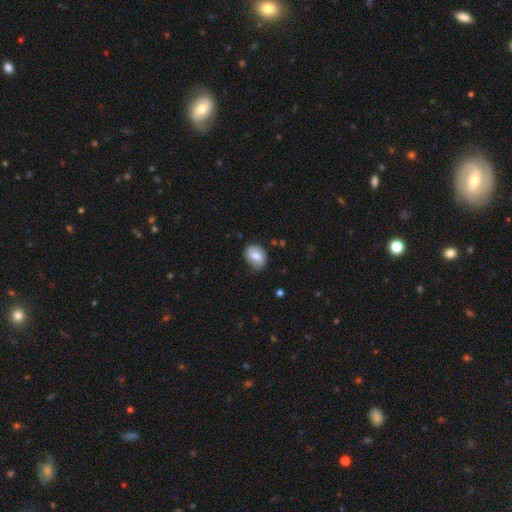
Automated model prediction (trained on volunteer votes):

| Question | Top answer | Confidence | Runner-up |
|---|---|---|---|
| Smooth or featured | smooth | 65% | featured or disk (27%) |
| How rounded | in between | 58% | round (41%) |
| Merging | none | 71% | minor disturbance (23%) |